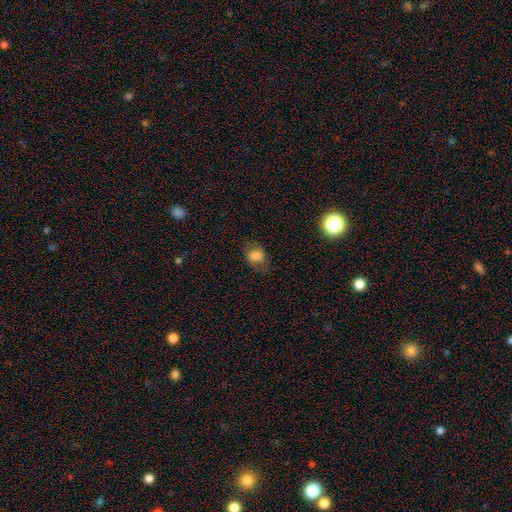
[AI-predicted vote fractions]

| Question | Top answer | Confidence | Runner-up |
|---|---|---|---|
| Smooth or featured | smooth | 70% | featured or disk (19%) |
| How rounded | in between | 64% | round (34%) |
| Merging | none | 71% | minor disturbance (19%) |